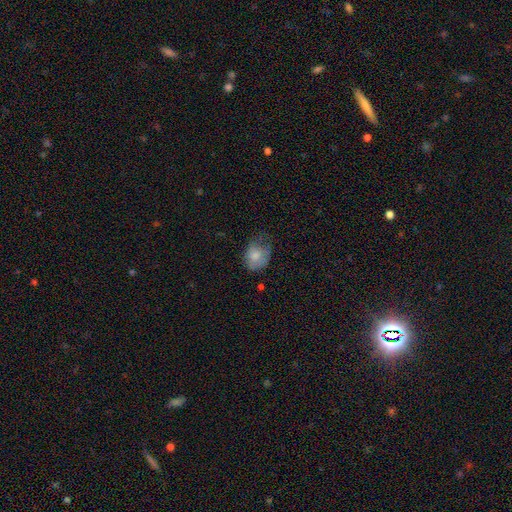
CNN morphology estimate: A smooth galaxy with no disk features (74%) that is in between round and cigar-shaped (60%). Merging: minor disturbance (37%, tied with none).